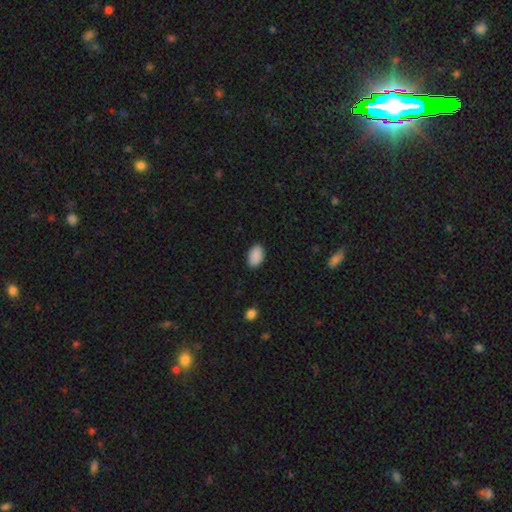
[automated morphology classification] smooth 90%, star or artifact 7%, featured or disk 3%. Down the decision tree: how rounded — in between (92%); merging — none (89%).